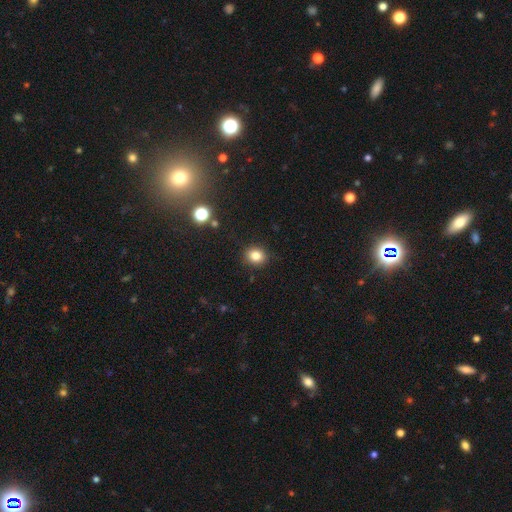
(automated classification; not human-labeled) Morphology: type=smooth (82%); roundness=round (73%); merging=none (90%).